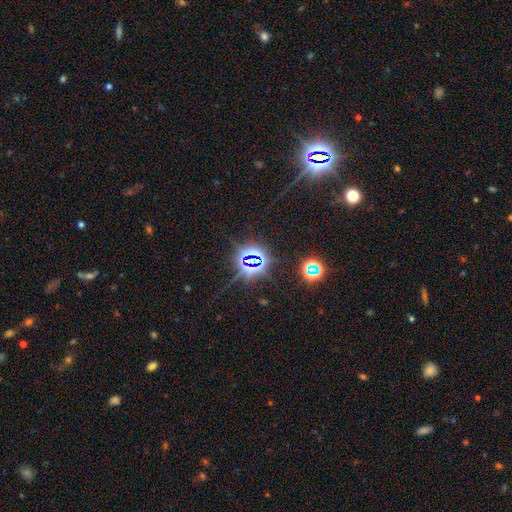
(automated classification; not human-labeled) Smooth or featured? star or artifact (81%)